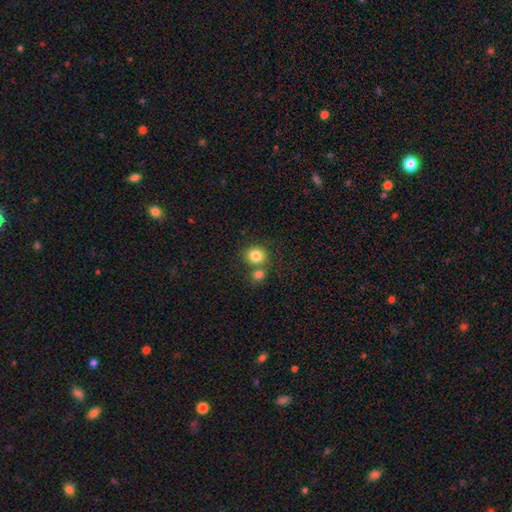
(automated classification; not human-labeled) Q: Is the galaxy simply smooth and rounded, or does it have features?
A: smooth — 83%.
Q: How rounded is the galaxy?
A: round — 84%.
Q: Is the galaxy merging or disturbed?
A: none — 59%.